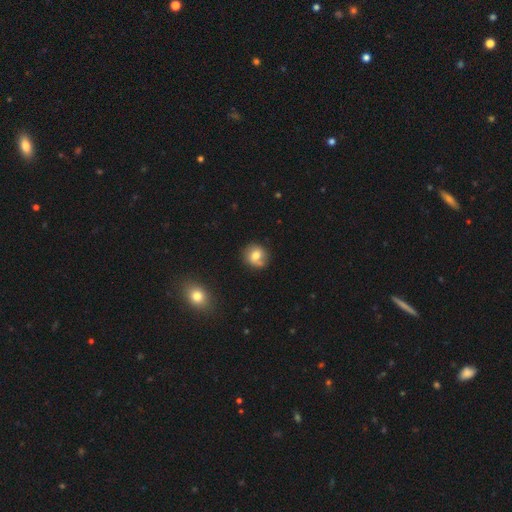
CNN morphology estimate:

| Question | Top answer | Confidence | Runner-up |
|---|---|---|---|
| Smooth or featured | smooth | 65% | featured or disk (25%) |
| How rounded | round | 82% | in between (17%) |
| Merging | none | 69% | minor disturbance (19%) |